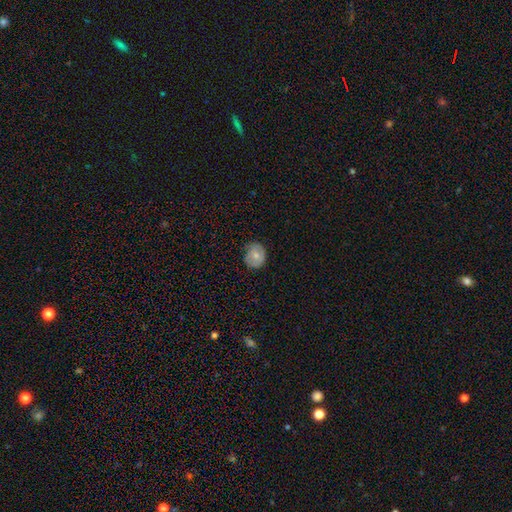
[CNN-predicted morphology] A smooth galaxy with no disk features (71%) that is round (70%). Merging: none (72%).